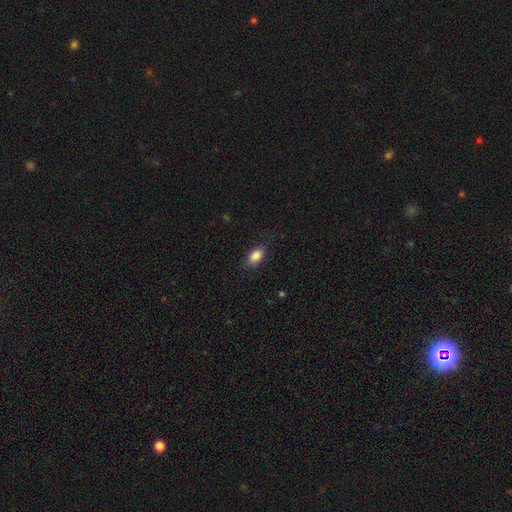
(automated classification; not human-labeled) Smooth or featured: smooth — 86% (star or artifact — 8%)
How rounded: in between — 88% (round — 8%)
Merging: none — 77% (minor disturbance — 17%)